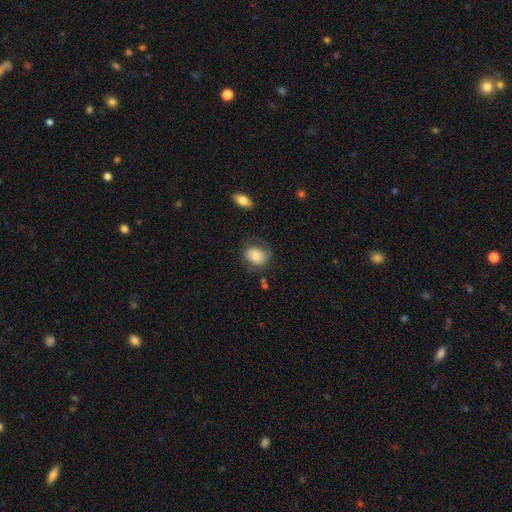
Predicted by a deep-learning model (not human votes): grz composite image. It shows a smooth galaxy with no disk features (64%) that is in between round and cigar-shaped (50%). Merging: none (54%).